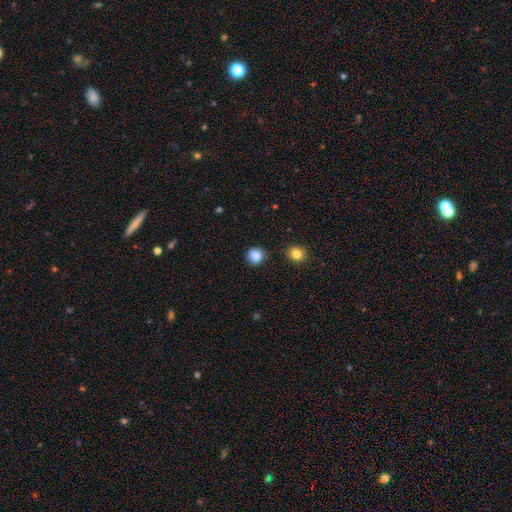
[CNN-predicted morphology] A smooth galaxy with no disk features (87%) that is round (91%).

Vote fractions:
- Smooth or featured? smooth: 87% / star or artifact: 10% / featured or disk: 3%
- How rounded? round: 91% / in between: 8% / cigar-shaped: 1%
- Merging? none: 87% / minor disturbance: 8% / major disturbance: 2% / merger: 2%